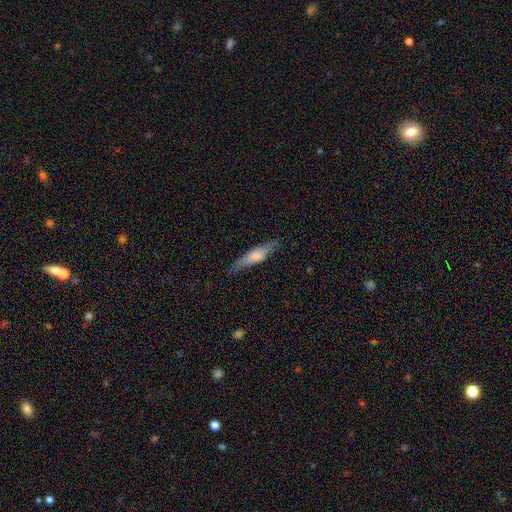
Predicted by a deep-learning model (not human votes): Morphology: type=smooth (61%); roundness=cigar-shaped (77%); merging=none (77%).